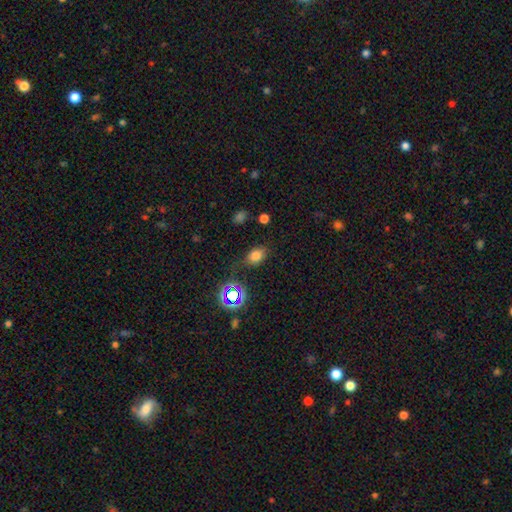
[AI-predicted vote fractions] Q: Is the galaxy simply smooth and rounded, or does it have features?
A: smooth — 72%.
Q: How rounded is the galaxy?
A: in between — 73%.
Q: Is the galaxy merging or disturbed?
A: none — 76%.